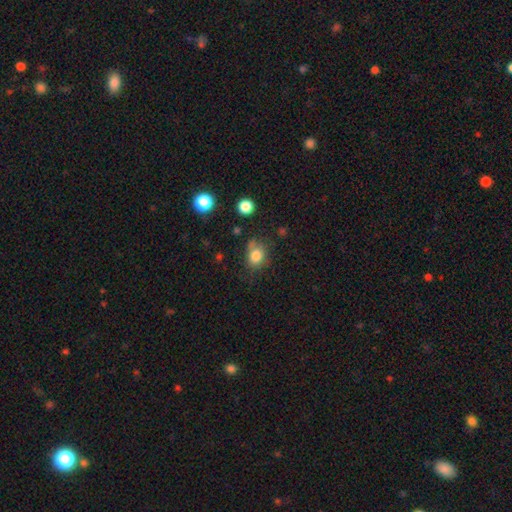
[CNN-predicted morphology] Overall: smooth (80%). How rounded: round (57%; in between 42%). Merging: none (59%; minor disturbance 26%).